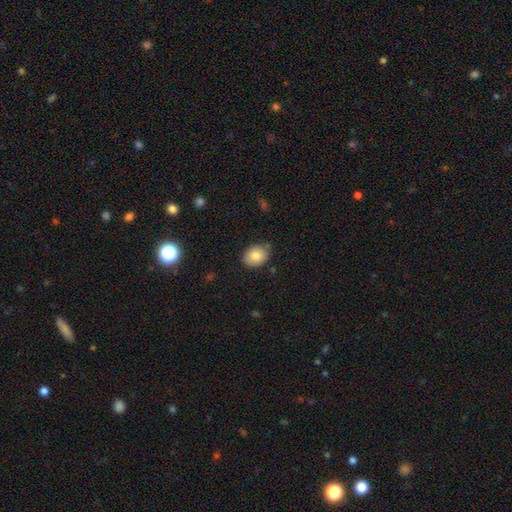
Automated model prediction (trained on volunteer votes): Smooth or featured: smooth — 81% (featured or disk — 11%)
How rounded: in between — 67% (round — 32%)
Merging: none — 79% (minor disturbance — 16%)